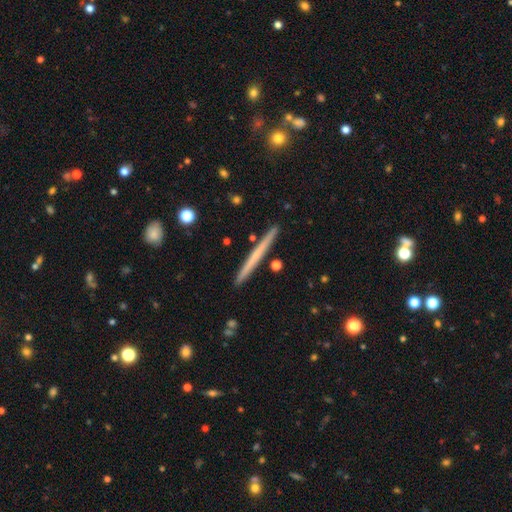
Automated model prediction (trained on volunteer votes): A featured or disk galaxy (50%). Merging: none (92%).